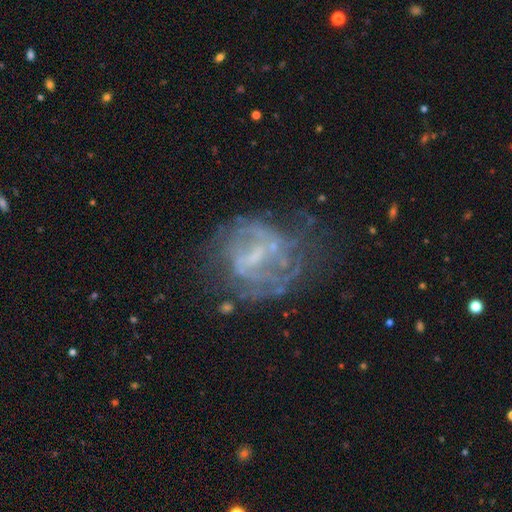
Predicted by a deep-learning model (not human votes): A featured or disk galaxy (73%) with a weak bar (47%), spiral arms (53%) and a small central bulge (40%). Merging: none (52%).